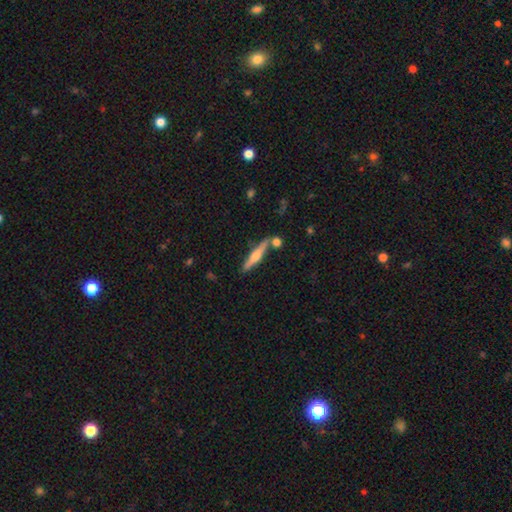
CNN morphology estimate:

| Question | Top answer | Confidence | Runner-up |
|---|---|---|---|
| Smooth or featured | featured or disk | 61% | smooth (33%) |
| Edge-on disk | yes | 96% | no (4%) |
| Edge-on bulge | rounded | 86% | boxy (7%) |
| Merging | none | 78% | minor disturbance (10%) |